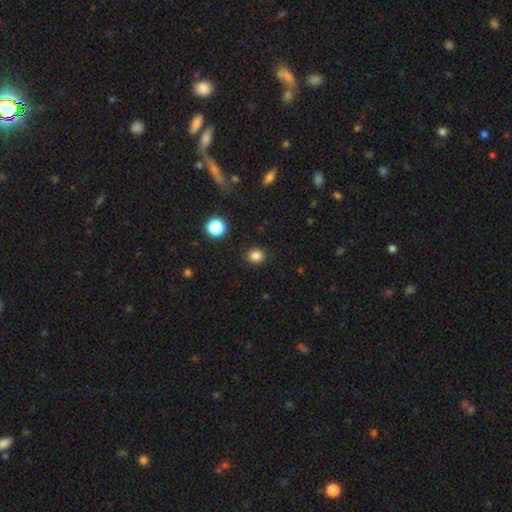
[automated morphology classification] The model was most divided on "how rounded": round: 77%, in between: 22%, cigar-shaped: 1%. More confident: merging — none (90%); smooth or featured — smooth (84%).